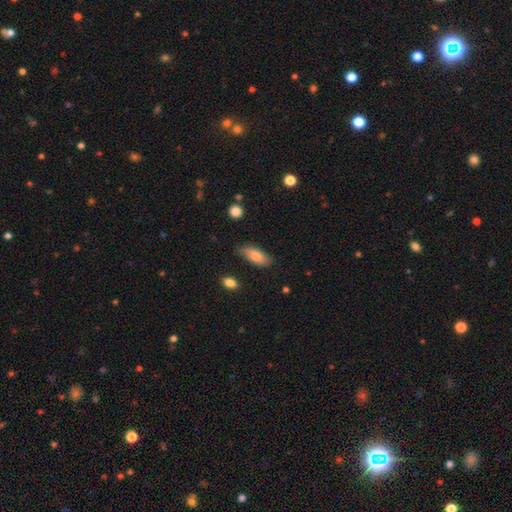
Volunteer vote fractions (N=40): This appears to be a smooth galaxy with no disk features (82%) that is in between round and cigar-shaped (70%). Merging: none (57%).